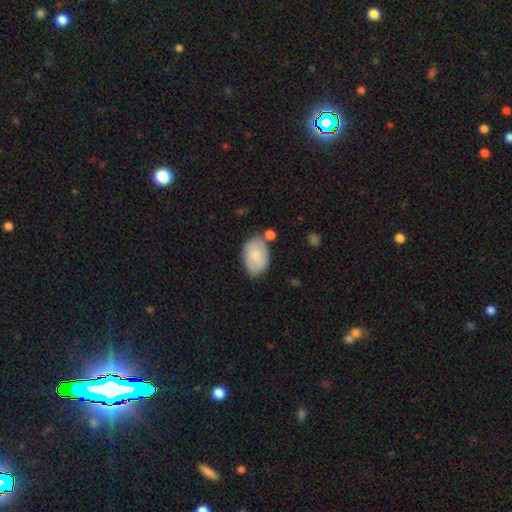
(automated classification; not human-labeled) This appears to be a smooth galaxy with no disk features (73%) that is in between round and cigar-shaped (87%). Merging: none (64%).